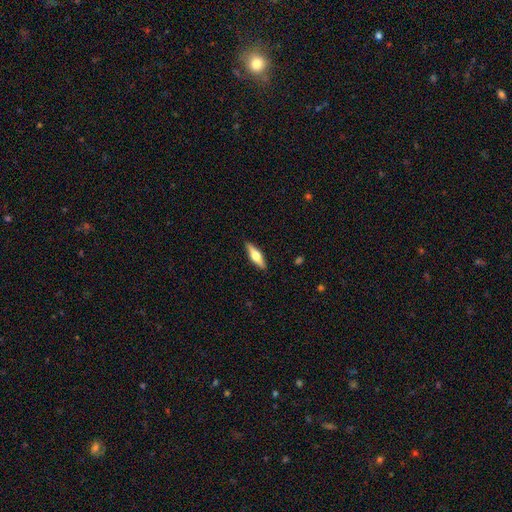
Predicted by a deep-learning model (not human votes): Overall: featured or disk (54%; smooth 41%). Edge-on disk: yes (94%). Edge-on bulge: rounded (94%). Merging: none (89%).